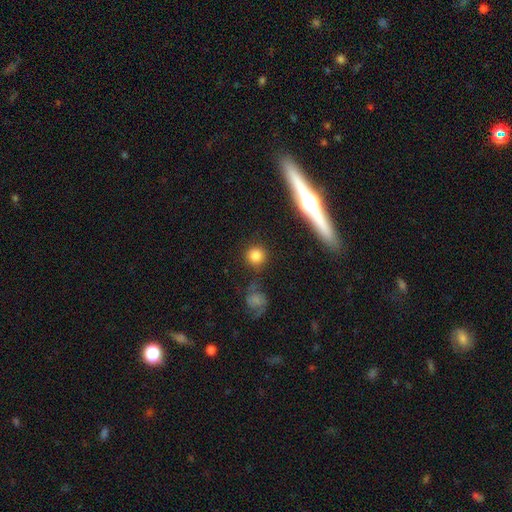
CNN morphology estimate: Q: Smooth or featured?
A: smooth (80%); runner-up: star or artifact (13%)
Q: How rounded?
A: round (93%); runner-up: in between (6%)
Q: Merging?
A: none (82%); runner-up: minor disturbance (9%)